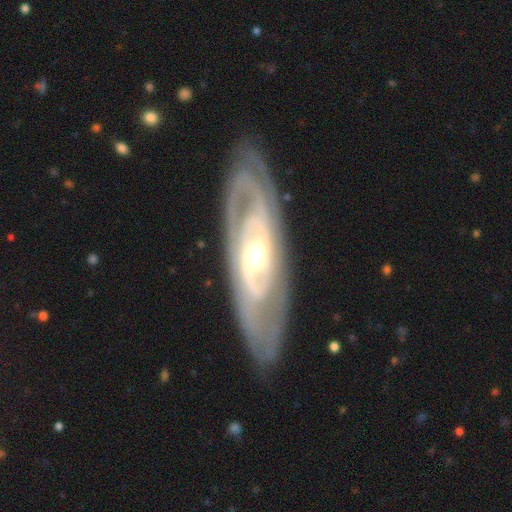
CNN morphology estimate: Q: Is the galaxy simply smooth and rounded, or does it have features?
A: featured or disk — 86%.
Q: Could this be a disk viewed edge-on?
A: no — 84%.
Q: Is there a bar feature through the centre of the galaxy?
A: no — 49%.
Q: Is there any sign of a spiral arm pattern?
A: yes — 88%.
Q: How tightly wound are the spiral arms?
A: tight — 67%.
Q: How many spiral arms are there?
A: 2 — 43%.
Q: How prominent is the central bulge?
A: moderate — 50%.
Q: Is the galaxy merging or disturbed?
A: none — 84%.